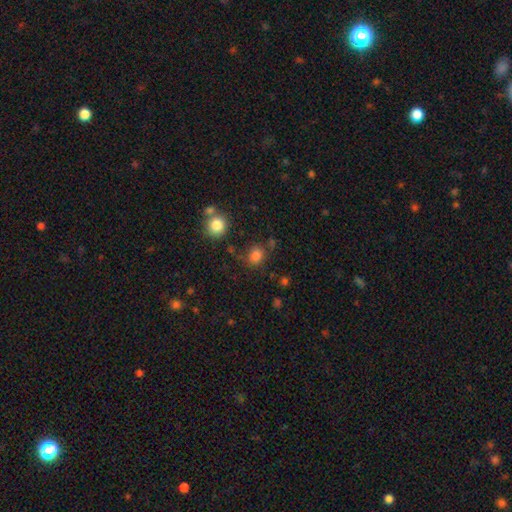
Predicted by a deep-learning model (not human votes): The model was most divided on "how rounded": round: 66%, in between: 32%, cigar-shaped: 1%. More confident: smooth or featured — smooth (82%); merging — none (74%).